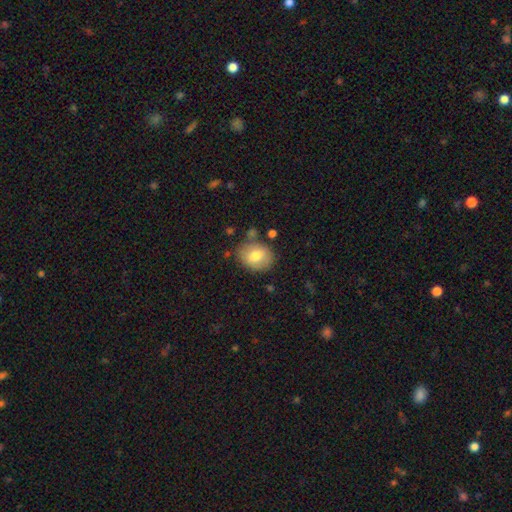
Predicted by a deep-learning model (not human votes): This appears to be a smooth galaxy with no disk features (73%) that is round (50%). Merging: none (77%).